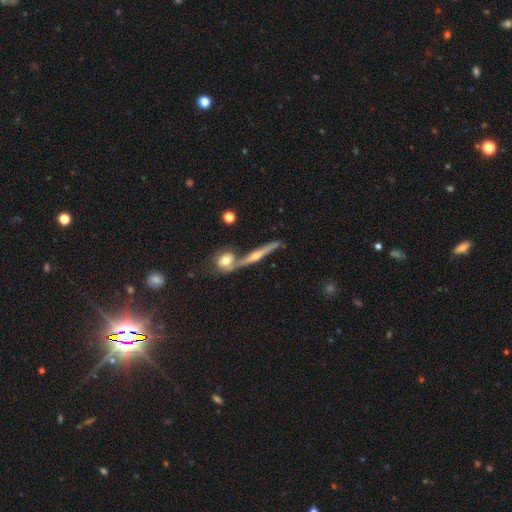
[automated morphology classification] type=featured or disk (73%); edge-on=yes (91%); edge-on bulge=rounded (87%); merging=none (63%).